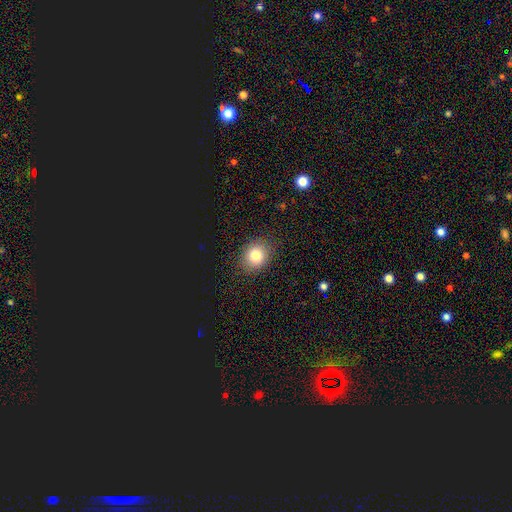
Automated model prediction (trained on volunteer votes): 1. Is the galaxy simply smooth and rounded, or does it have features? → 81% smooth, 11% star or artifact, 8% featured or disk.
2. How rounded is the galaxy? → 63% round, 36% in between, 1% cigar-shaped.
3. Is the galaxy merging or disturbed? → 88% none, 8% minor disturbance, 2% major disturbance, 1% merger.